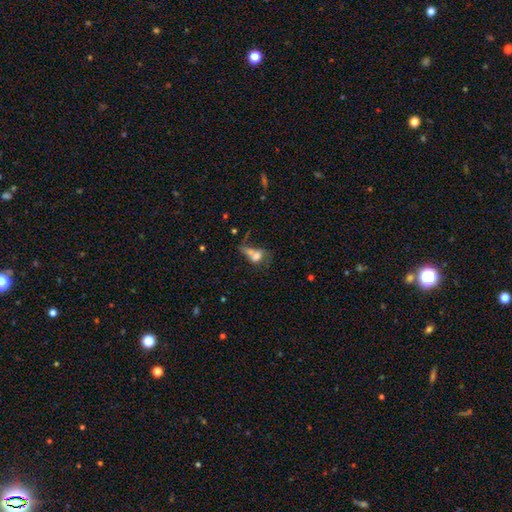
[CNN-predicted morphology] Overall: smooth (60%; featured or disk 27%). How rounded: in between (63%; round 29%). Merging: merger (57%).